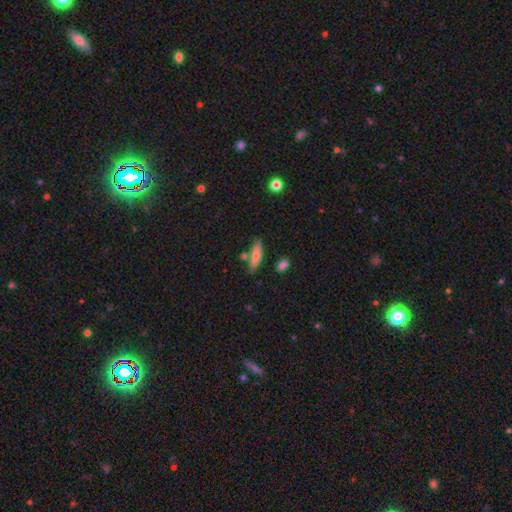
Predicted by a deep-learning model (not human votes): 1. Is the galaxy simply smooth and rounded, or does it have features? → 77% smooth, 17% featured or disk, 7% star or artifact.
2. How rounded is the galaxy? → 57% cigar-shaped, 41% in between, 2% round.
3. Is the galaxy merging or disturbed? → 75% none, 13% minor disturbance, 9% merger, 3% major disturbance.